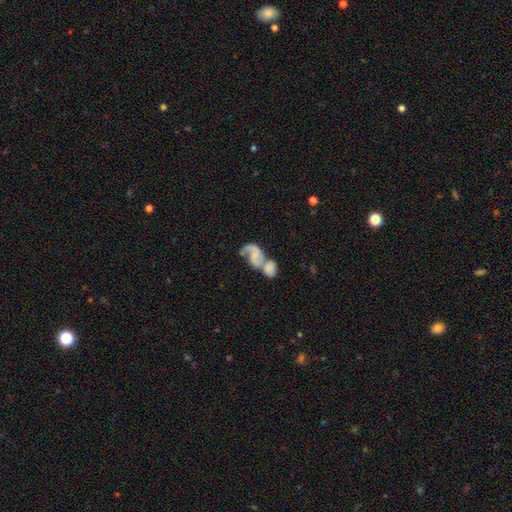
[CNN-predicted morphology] featured or disk 70%, smooth 23%, star or artifact 8%. Down the decision tree: edge-on disk — no (97%); bar — no (56%); spiral arms — yes (87%); spiral arm count — 2 (72%); spiral winding — loose (57%); bulge size — none (45%); merging — merger (68%).